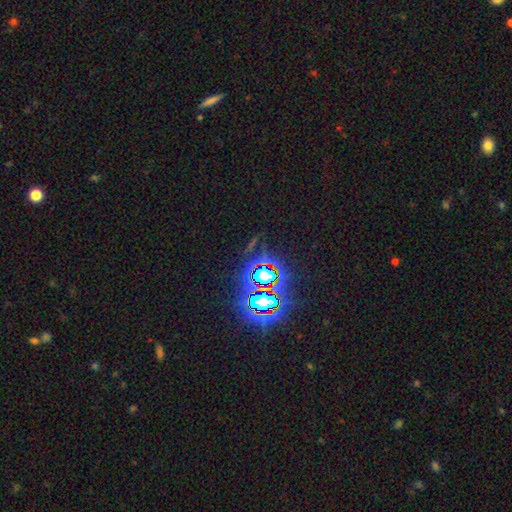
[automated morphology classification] Smooth or featured? Predicted: star or artifact (p=0.81).